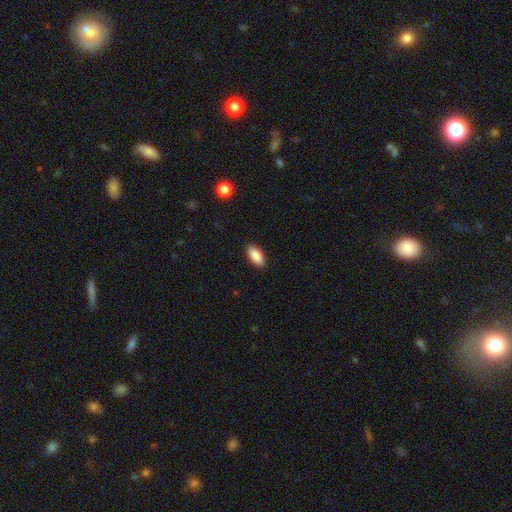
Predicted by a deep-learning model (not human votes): Smooth or featured?
  - smooth: 89% *
  - star or artifact: 6%
  - featured or disk: 4%
How rounded?
  - in between: 90% *
  - cigar-shaped: 7%
  - round: 2%
Merging?
  - none: 90% *
  - minor disturbance: 7%
  - major disturbance: 2%
  - merger: 1%